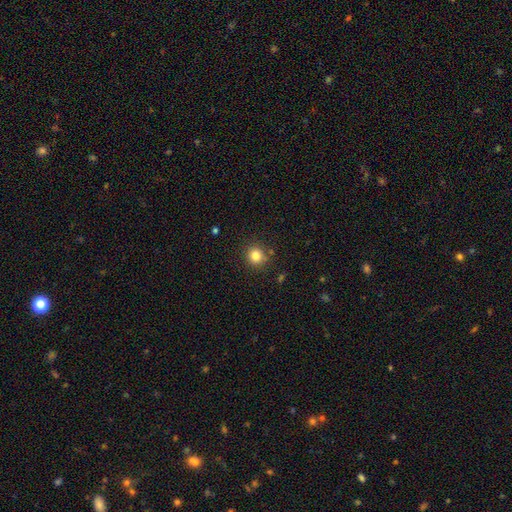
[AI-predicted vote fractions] Smooth or featured? Predicted: smooth (p=0.82). How rounded? Predicted: round (p=0.91). Merging? Predicted: none (p=0.86).